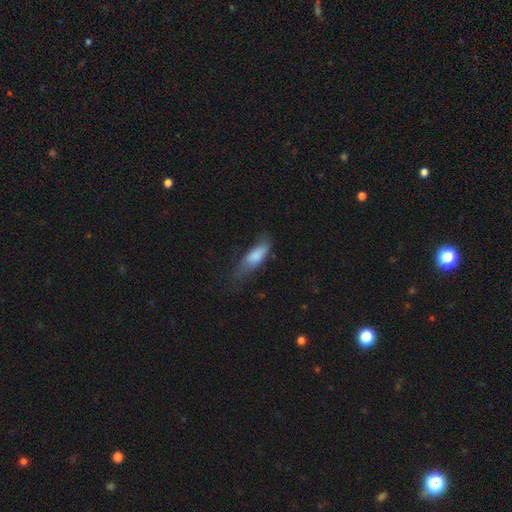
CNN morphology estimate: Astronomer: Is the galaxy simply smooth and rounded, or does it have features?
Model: smooth — 80%.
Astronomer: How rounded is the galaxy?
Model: in between — 64%.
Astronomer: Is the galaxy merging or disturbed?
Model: none — 43% (runner-up: minor disturbance, 35%).